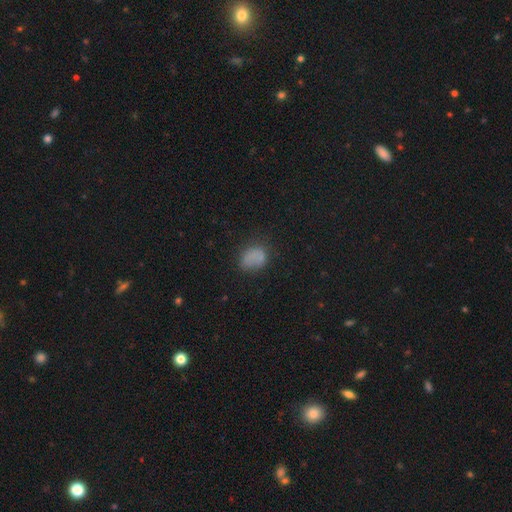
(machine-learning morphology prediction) smooth 73%, star or artifact 15%, featured or disk 12%. Down the decision tree: how rounded — in between (62%); merging — none (59%).